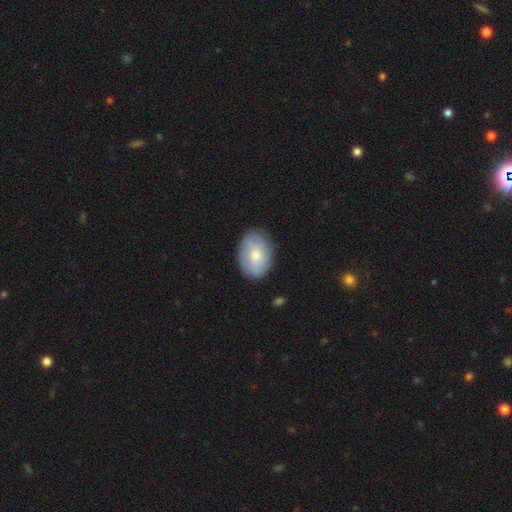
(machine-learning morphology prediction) This is possibly a smooth galaxy (60%). How rounded: likely in between (79%). Merging: clearly none (82%).